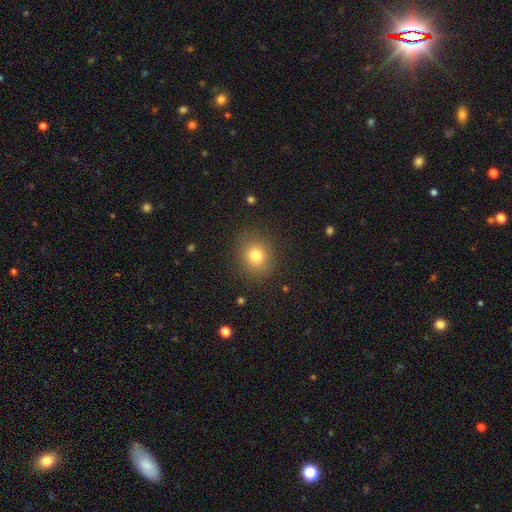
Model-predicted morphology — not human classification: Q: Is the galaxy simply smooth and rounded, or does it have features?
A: smooth — 77%.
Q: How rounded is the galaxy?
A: round — 77%.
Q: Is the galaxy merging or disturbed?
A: none — 87%.